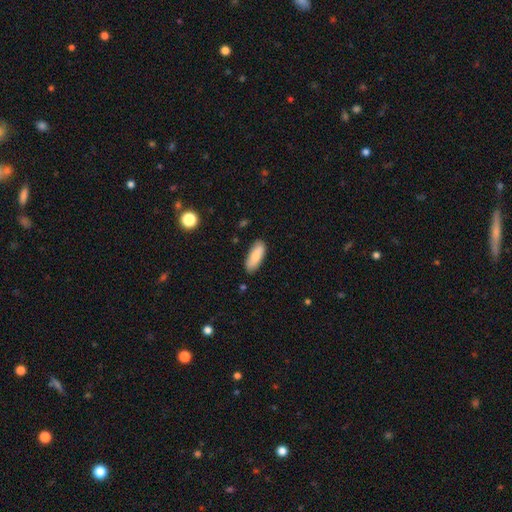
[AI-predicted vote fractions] This is clearly a smooth galaxy (85%). How rounded: likely in between (70%). Merging: clearly none (86%).